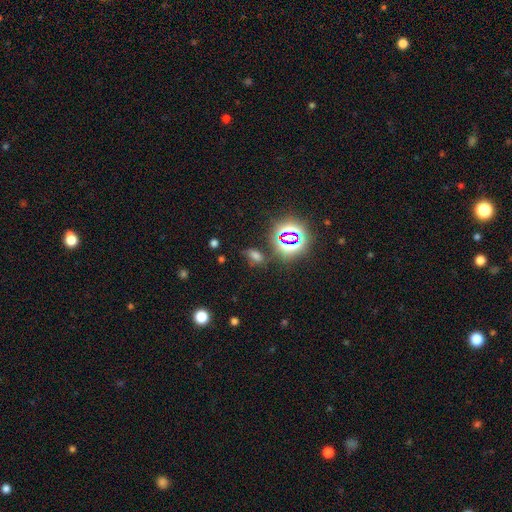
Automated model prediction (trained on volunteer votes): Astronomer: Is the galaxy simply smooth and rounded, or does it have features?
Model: smooth — 54% (runner-up: star or artifact, 37%).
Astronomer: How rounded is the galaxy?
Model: in between — 82%.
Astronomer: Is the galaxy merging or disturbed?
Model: none — 68%.